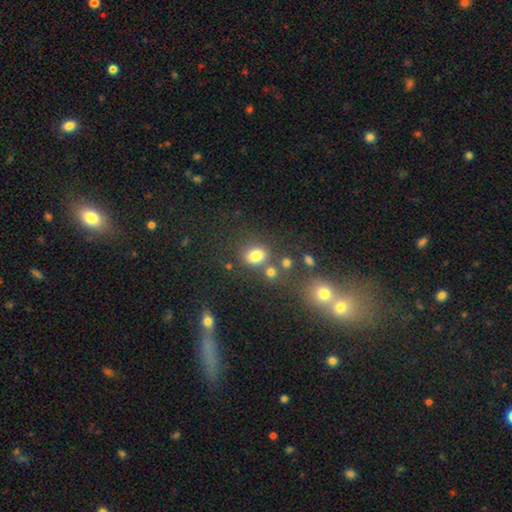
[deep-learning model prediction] This appears to be a smooth galaxy with no disk features (77%) that is in between round and cigar-shaped (51%). Merging: none (63%).